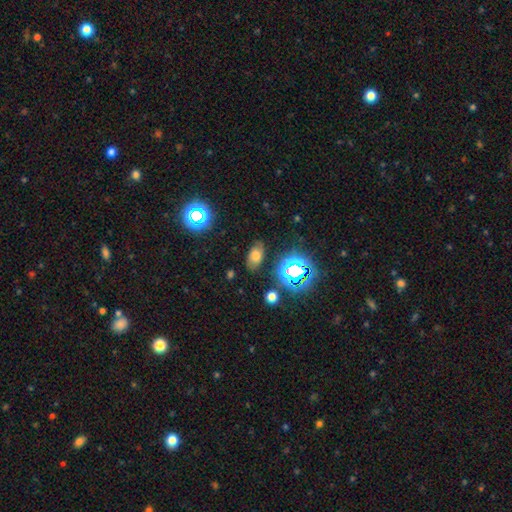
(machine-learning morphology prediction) type=smooth (64%); roundness=in between (89%); merging=none (80%).